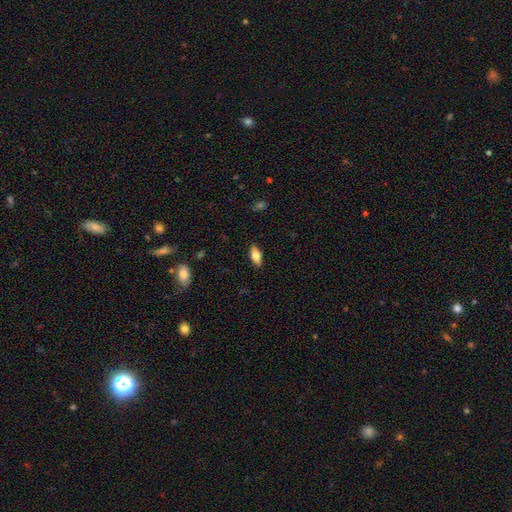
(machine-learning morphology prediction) Overall: smooth (66%; featured or disk 27%). How rounded: in between (81%). Merging: none (88%).